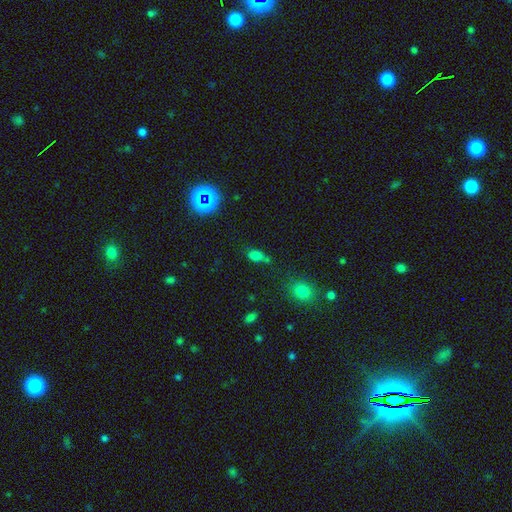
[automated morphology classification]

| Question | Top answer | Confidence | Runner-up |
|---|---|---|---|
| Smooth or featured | smooth | 70% | star or artifact (21%) |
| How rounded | in between | 77% | round (16%) |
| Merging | none | 48% | minor disturbance (23%) |